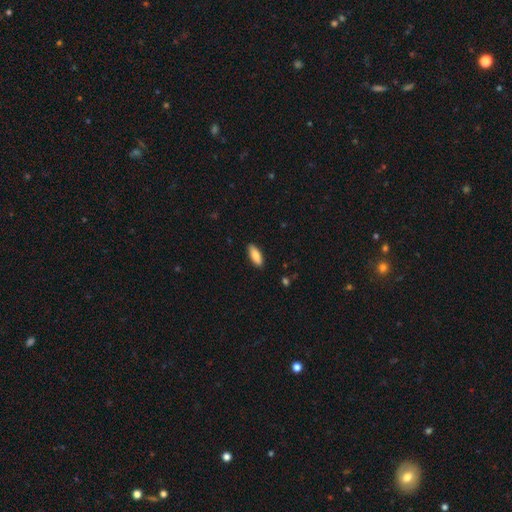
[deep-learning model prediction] Morphology: type=smooth (84%); roundness=in between (73%); merging=none (89%).